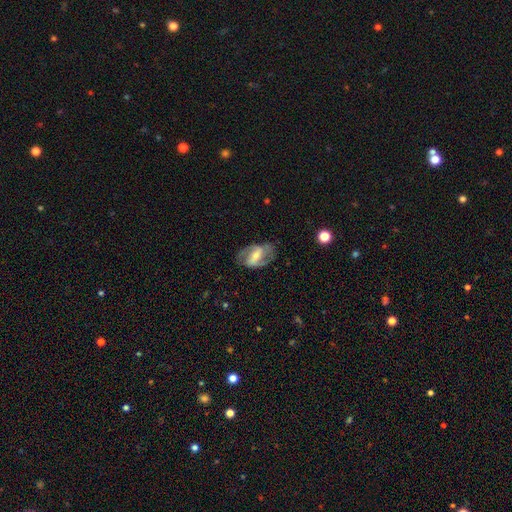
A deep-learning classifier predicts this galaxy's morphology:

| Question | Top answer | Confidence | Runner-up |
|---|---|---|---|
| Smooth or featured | featured or disk | 78% | smooth (16%) |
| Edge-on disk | no | 95% | yes (5%) |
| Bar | strong | 54% | weak (33%) |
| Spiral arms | yes | 87% | no (13%) |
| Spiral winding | medium | 52% | tight (26%) |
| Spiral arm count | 2 | 87% | can't tell (7%) |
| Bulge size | small | 45% | moderate (38%) |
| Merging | none | 75% | minor disturbance (15%) |